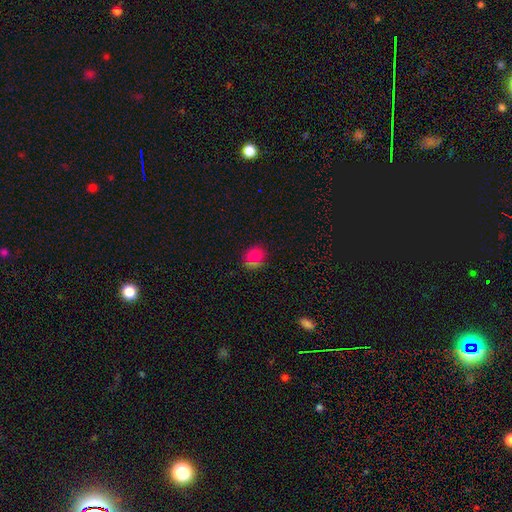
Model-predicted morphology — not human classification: smooth_or_featured: smooth (p=0.75) [alt: star or artifact p=0.18]
how_rounded: round (p=0.75) [alt: in between p=0.23]
merging: none (p=0.81) [alt: minor disturbance p=0.12]